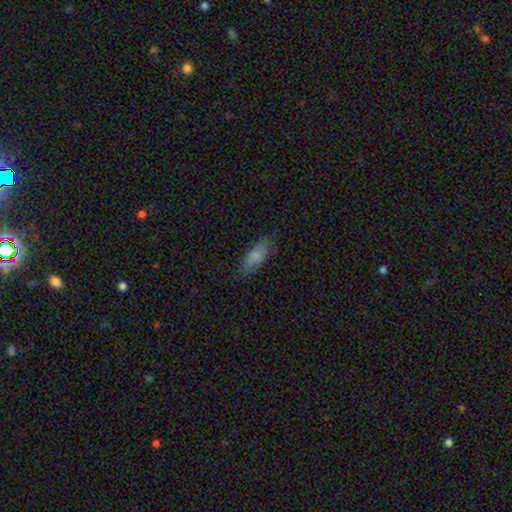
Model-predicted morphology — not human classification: Smooth or featured: smooth — 80% (featured or disk — 13%)
How rounded: in between — 68% (cigar-shaped — 31%)
Merging: none — 78% (minor disturbance — 17%)